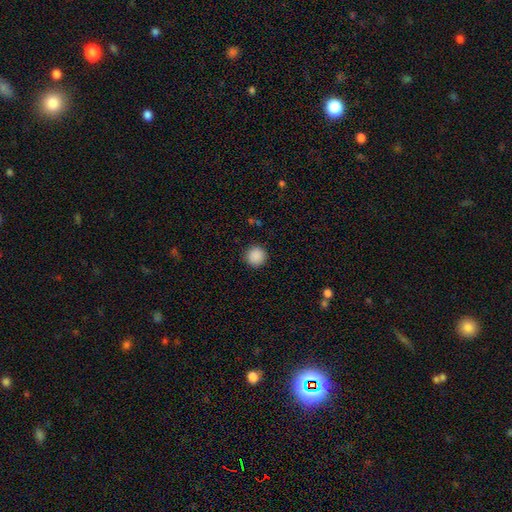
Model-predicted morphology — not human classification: Smooth or featured?
  - smooth: 89% *
  - star or artifact: 9%
  - featured or disk: 2%
How rounded?
  - round: 95% *
  - in between: 4%
  - cigar-shaped: 1%
Merging?
  - none: 92% *
  - minor disturbance: 5%
  - major disturbance: 2%
  - merger: 1%